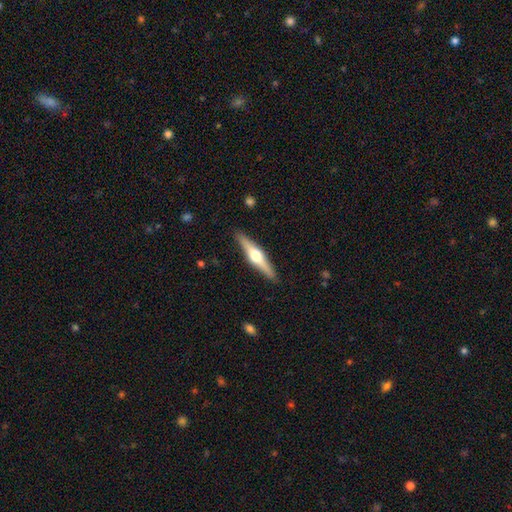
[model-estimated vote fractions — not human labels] A featured or disk galaxy (70%) viewed edge-on (97%) with a rounded central bulge (95%). Merging: none (90%).